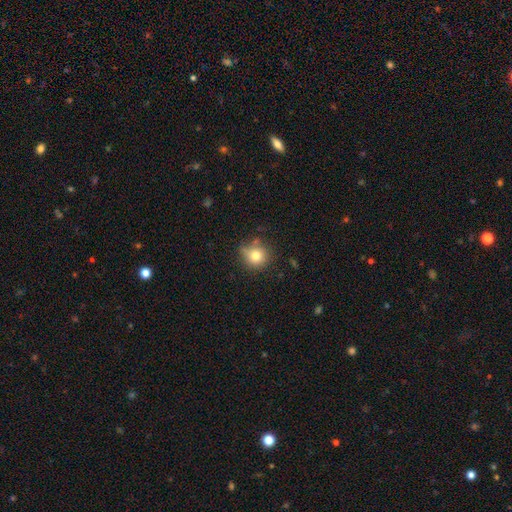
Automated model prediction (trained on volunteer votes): Q: Smooth or featured?
A: smooth (78%); runner-up: star or artifact (12%)
Q: How rounded?
A: round (88%); runner-up: in between (11%)
Q: Merging?
A: none (69%); runner-up: minor disturbance (20%)